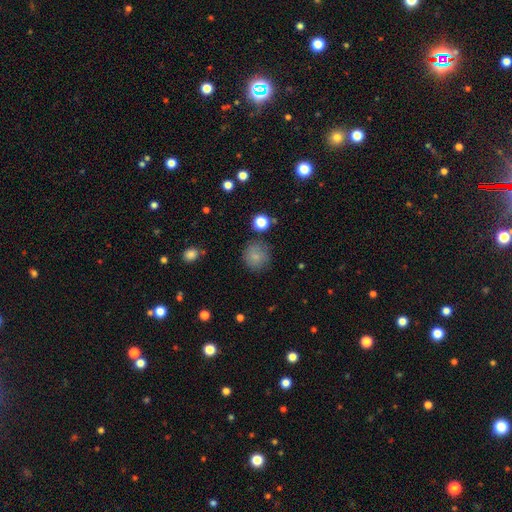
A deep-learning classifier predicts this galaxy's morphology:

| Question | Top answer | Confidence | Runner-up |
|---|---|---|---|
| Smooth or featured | smooth | 81% | star or artifact (12%) |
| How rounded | round | 90% | in between (9%) |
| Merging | none | 80% | minor disturbance (13%) |